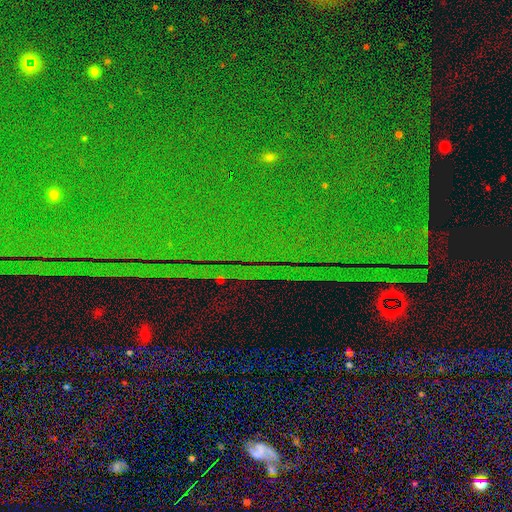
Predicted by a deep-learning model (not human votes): A star or artifact, not a galaxy (86%).

Vote fractions:
- Smooth or featured? star or artifact: 86% / featured or disk: 7% / smooth: 7%